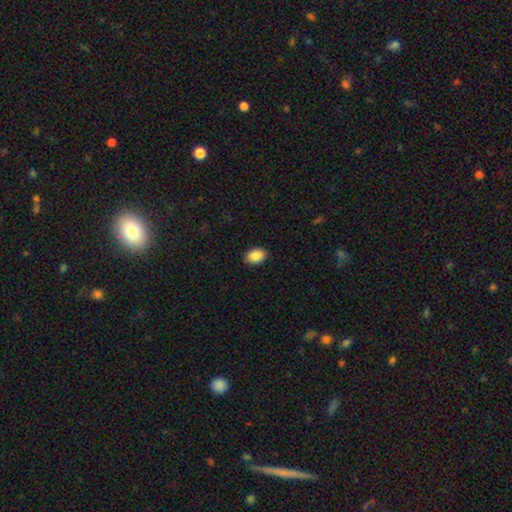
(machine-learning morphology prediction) A smooth galaxy with no disk features (89%) that is in between round and cigar-shaped (86%). Merging: none (89%).